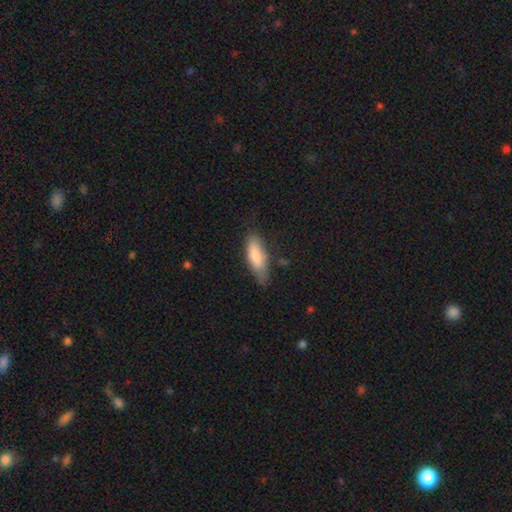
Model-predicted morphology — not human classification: Smooth or featured? smooth (81%)
How rounded? in between (62%)
Merging? none (62%)